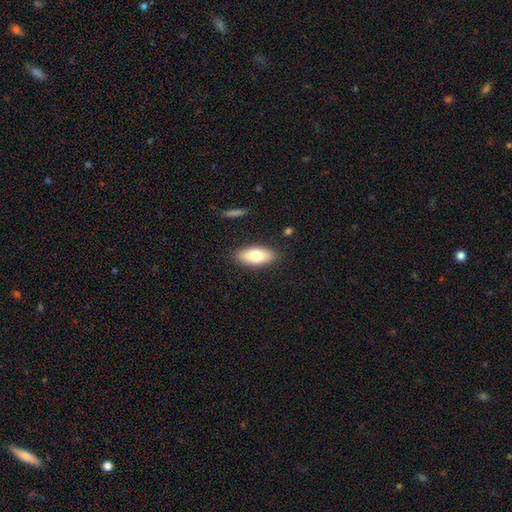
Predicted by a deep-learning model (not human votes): Overall: smooth (77%). How rounded: in between (83%). Merging: none (87%).